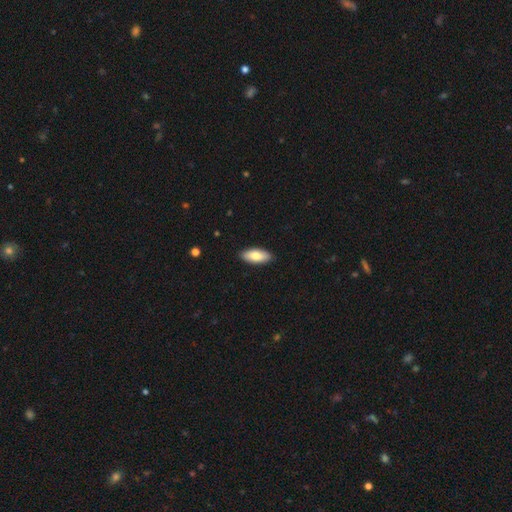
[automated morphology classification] Smooth or featured? smooth (80%)
How rounded? in between (83%)
Merging? none (90%)